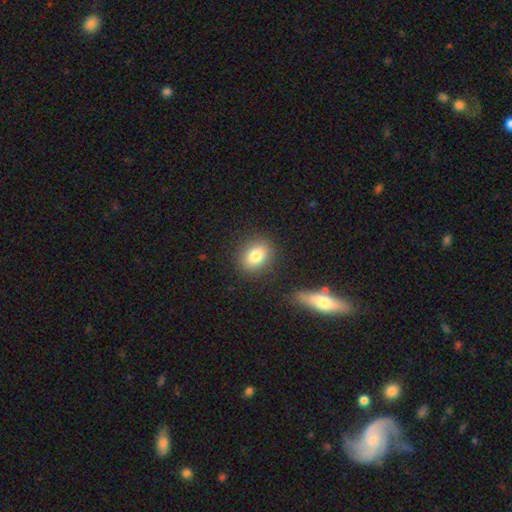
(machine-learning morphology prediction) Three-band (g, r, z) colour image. It shows a smooth galaxy with no disk features (81%) that is in between round and cigar-shaped (51%). Merging: none (85%).